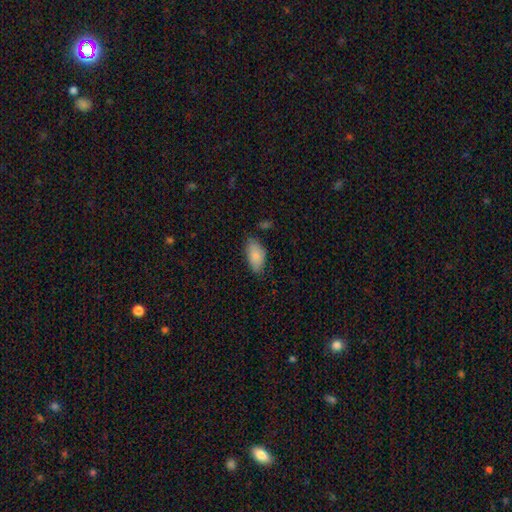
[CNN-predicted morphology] A smooth galaxy with no disk features (84%) that is in between round and cigar-shaped (94%).

Vote fractions:
- Smooth or featured? smooth: 84% / featured or disk: 10% / star or artifact: 7%
- How rounded? in between: 94% / round: 4% / cigar-shaped: 3%
- Merging? none: 67% / minor disturbance: 26% / major disturbance: 5% / merger: 2%